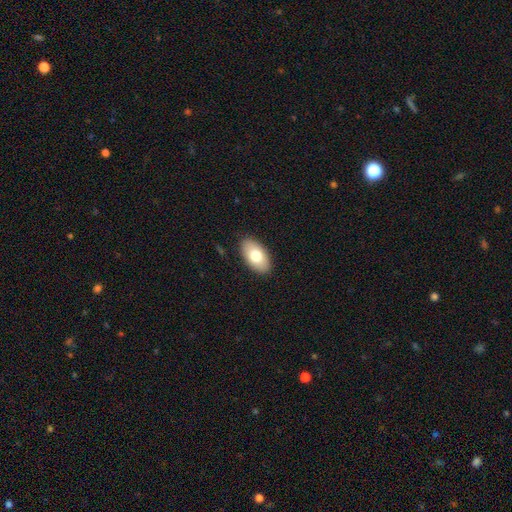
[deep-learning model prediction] Overall: smooth (76%). How rounded: in between (95%). Merging: none (89%).